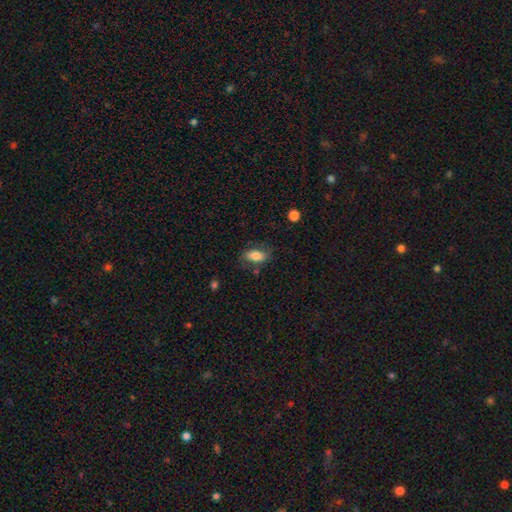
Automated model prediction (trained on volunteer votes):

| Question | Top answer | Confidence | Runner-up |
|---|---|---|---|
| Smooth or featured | smooth | 78% | featured or disk (14%) |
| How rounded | in between | 87% | cigar-shaped (8%) |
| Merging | none | 71% | minor disturbance (18%) |